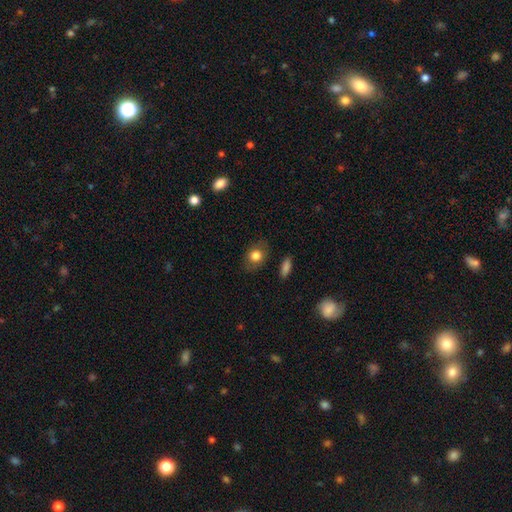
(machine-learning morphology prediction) A smooth galaxy with no disk features (76%) that is in between round and cigar-shaped (65%). Merging: none (80%).